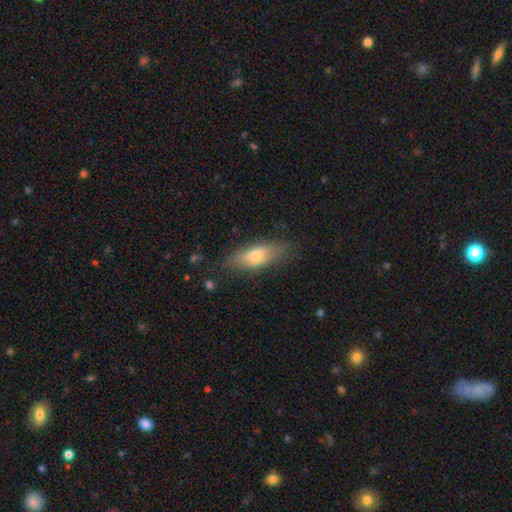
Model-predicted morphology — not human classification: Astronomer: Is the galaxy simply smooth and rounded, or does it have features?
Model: smooth — 61%.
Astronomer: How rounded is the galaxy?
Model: in between — 59% (runner-up: cigar-shaped, 38%).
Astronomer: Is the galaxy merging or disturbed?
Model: none — 74%.